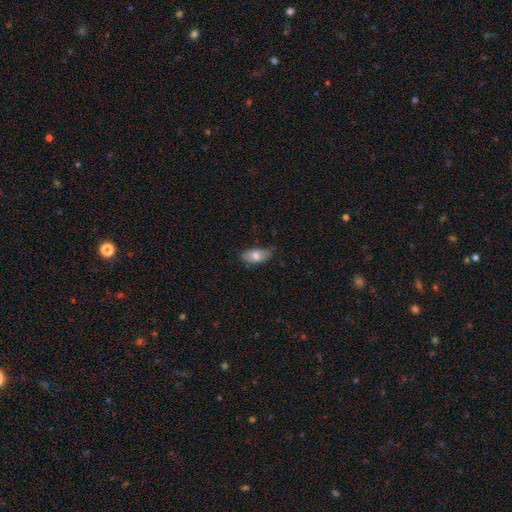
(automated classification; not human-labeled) Morphology: type=smooth (75%); roundness=in between (90%); merging=none (69%).